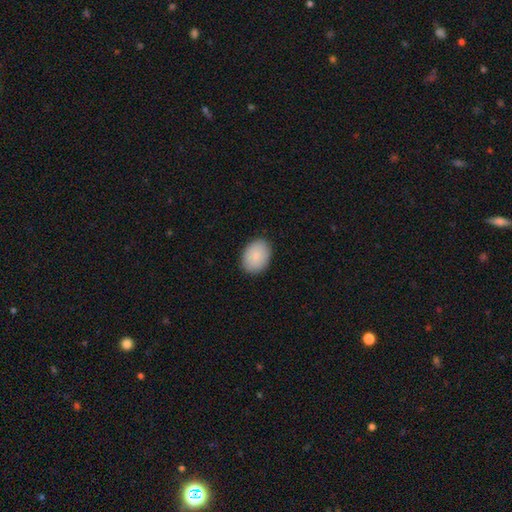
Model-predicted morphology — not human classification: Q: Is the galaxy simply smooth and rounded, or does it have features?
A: smooth — 88%.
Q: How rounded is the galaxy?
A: in between — 75%.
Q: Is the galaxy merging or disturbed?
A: none — 89%.